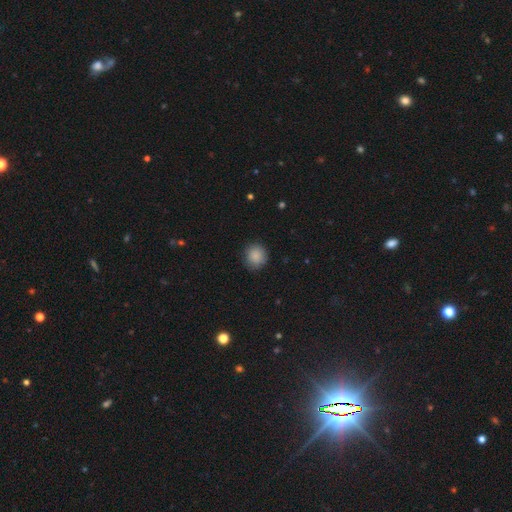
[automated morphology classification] A smooth galaxy with no disk features (88%) that is round (89%).

Vote fractions:
- Smooth or featured? smooth: 88% / star or artifact: 9% / featured or disk: 4%
- How rounded? round: 89% / in between: 10% / cigar-shaped: 1%
- Merging? none: 86% / minor disturbance: 10% / major disturbance: 3% / merger: 1%